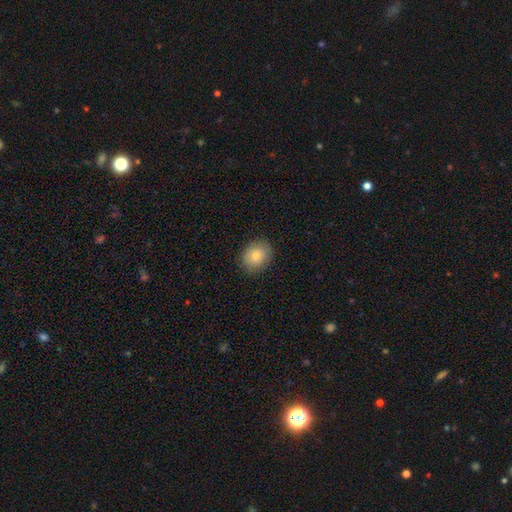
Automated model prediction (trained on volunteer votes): This is clearly a smooth galaxy (81%). How rounded: possibly round (55%). Merging: clearly none (87%).